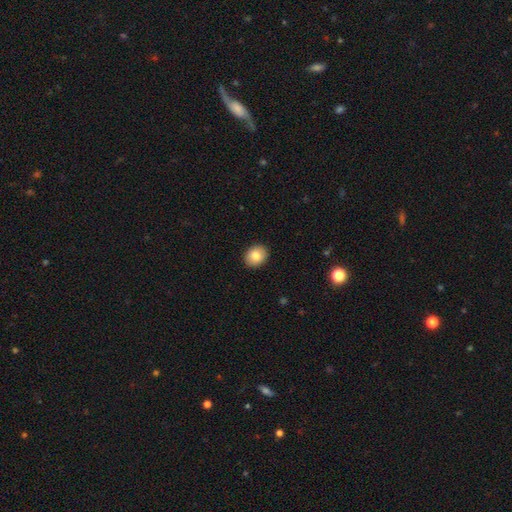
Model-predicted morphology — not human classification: Smooth or featured: smooth — 83% (featured or disk — 9%)
How rounded: round — 55% (in between — 44%)
Merging: none — 91% (minor disturbance — 6%)